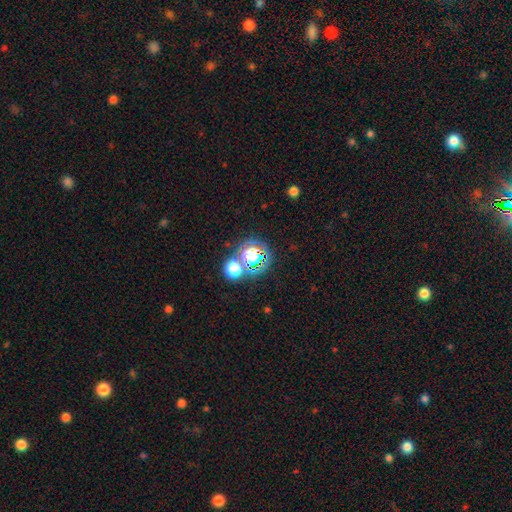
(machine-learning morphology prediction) The model was most divided on "smooth or featured": star or artifact: 46%, smooth: 39%, featured or disk: 14%.